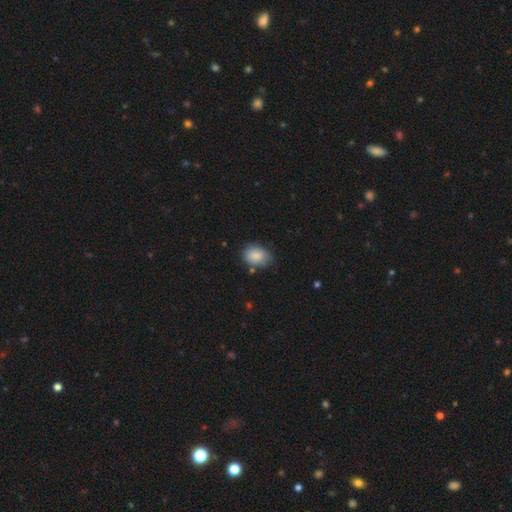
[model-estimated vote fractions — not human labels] smooth-or-featured: smooth: 86% | star or artifact: 7% | featured or disk: 6%
  how-rounded: in between: 73% | round: 26% | cigar-shaped: 1%
  merging: none: 71% | minor disturbance: 22% | major disturbance: 4% | merger: 3%